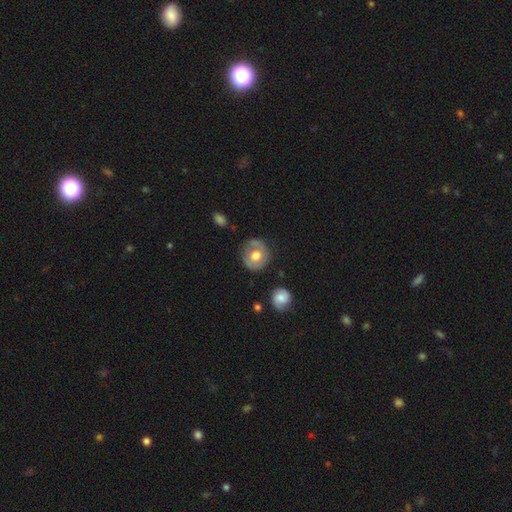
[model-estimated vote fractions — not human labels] Smooth or featured: smooth — 53% (featured or disk — 41%)
How rounded: round — 84% (in between — 15%)
Merging: none — 69% (minor disturbance — 21%)